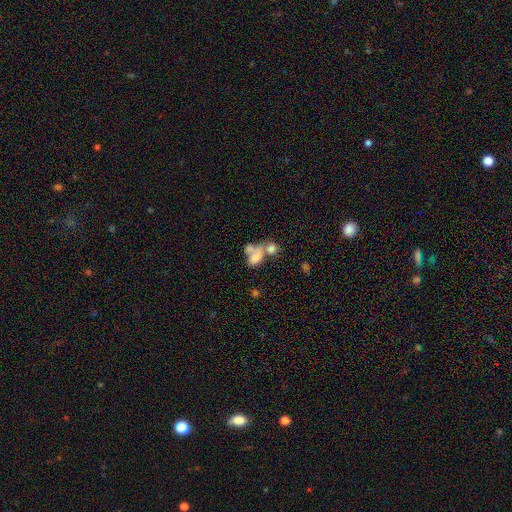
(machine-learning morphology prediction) Smooth or featured? smooth (66%)
How rounded? in between (80%)
Merging? merger (65%)